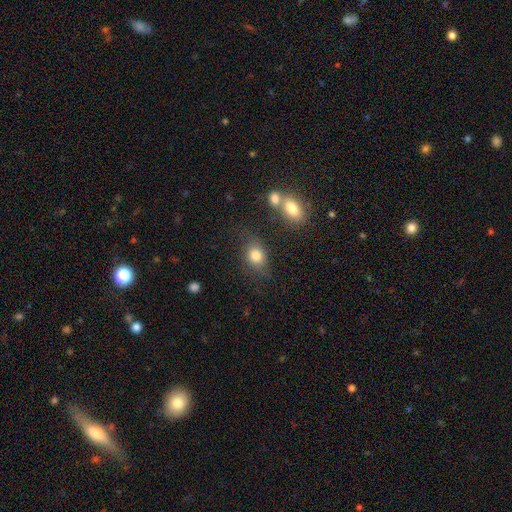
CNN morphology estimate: Overall: smooth (80%). How rounded: in between (58%; round 40%). Merging: none (68%).